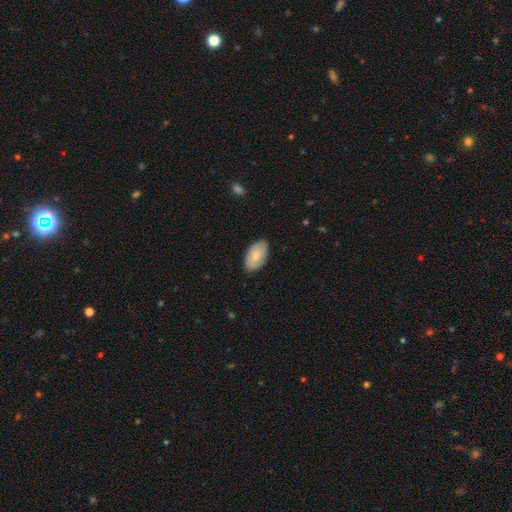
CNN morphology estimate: smooth_or_featured: smooth (p=0.78) [alt: featured or disk p=0.17]
how_rounded: in between (p=0.95) [alt: round p=0.03]
merging: none (p=0.83) [alt: minor disturbance p=0.13]